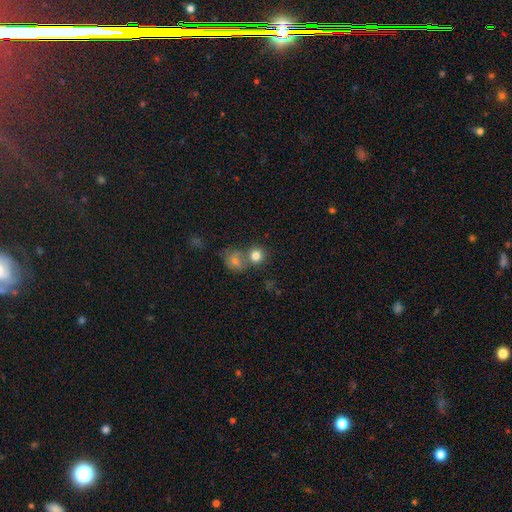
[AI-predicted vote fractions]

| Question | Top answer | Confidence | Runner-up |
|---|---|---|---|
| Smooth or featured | smooth | 79% | star or artifact (11%) |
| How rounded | round | 85% | in between (14%) |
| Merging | none | 51% | merger (36%) |